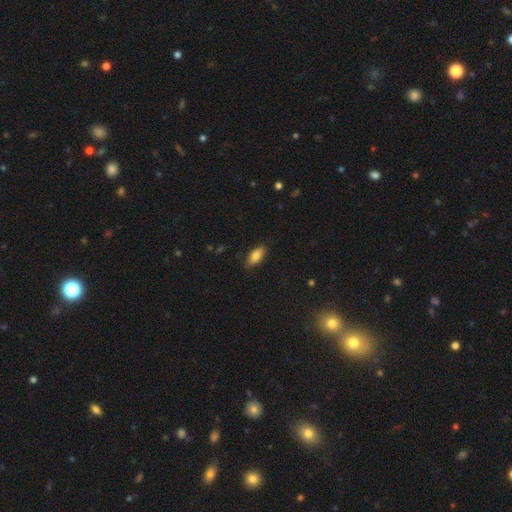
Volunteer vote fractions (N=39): This is clearly a smooth galaxy (85%). How rounded: clearly in between (100%). Merging: clearly none (92%).